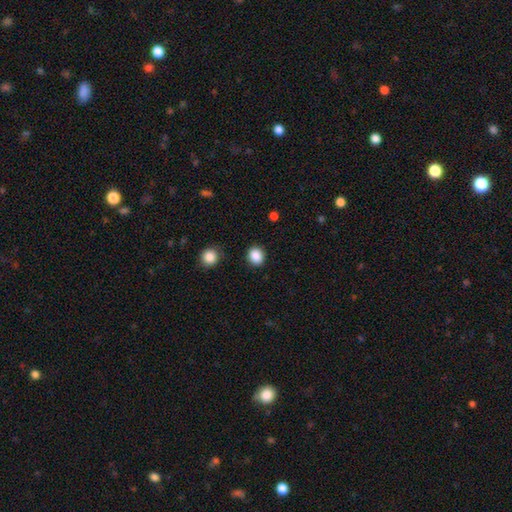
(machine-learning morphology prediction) Smooth or featured: smooth — 88% (star or artifact — 9%)
How rounded: round — 75% (in between — 24%)
Merging: none — 88% (minor disturbance — 8%)